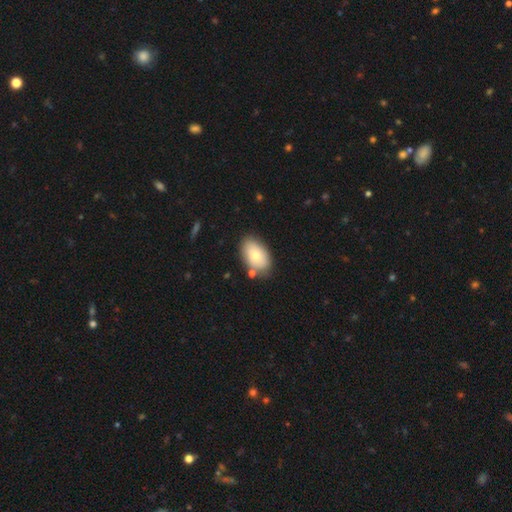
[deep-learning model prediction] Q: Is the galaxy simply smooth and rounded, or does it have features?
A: smooth — 75%.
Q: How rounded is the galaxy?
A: in between — 91%.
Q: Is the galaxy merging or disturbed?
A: none — 77%.